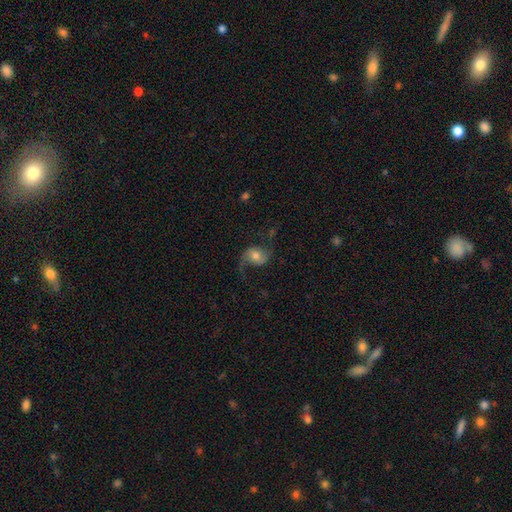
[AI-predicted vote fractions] The model was most divided on "bar": no: 52%, weak: 37%, strong: 11%. More confident: edge-on disk — no (97%); spiral arms — yes (93%); spiral arm count — 2 (83%); spiral winding — loose (74%); smooth or featured — featured or disk (70%); merging — none (62%); bulge size — moderate (60%).